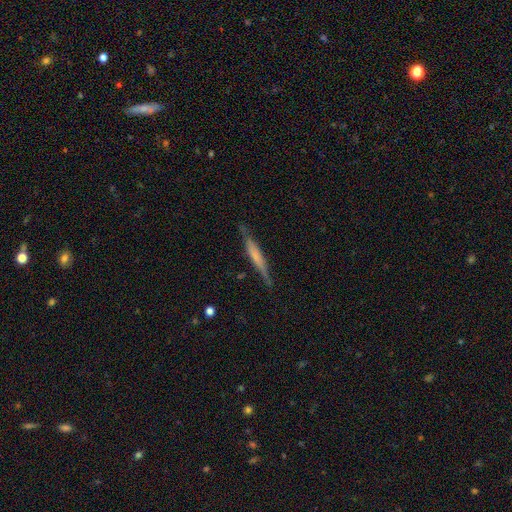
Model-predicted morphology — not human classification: A featured or disk galaxy (50%).

Vote fractions:
- Smooth or featured? featured or disk: 50% / smooth: 44% / star or artifact: 6%
- Merging? none: 81% / minor disturbance: 14% / major disturbance: 3% / merger: 2%